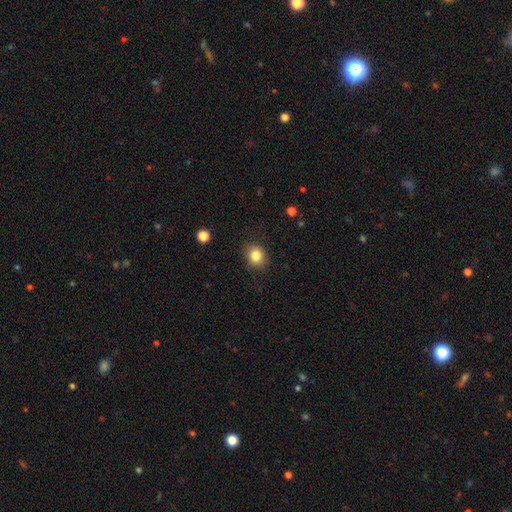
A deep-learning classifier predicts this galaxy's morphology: Smooth or featured: smooth — 84% (star or artifact — 10%)
How rounded: round — 72% (in between — 27%)
Merging: none — 88% (minor disturbance — 9%)